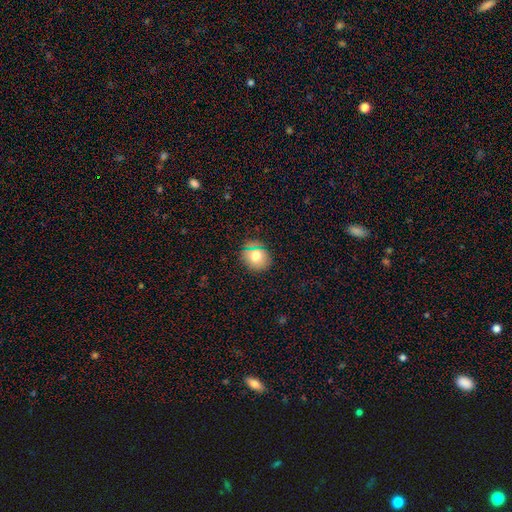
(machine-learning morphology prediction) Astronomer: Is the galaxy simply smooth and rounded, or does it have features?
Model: smooth — 73%.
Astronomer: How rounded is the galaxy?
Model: round — 80%.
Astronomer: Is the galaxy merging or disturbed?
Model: none — 86%.